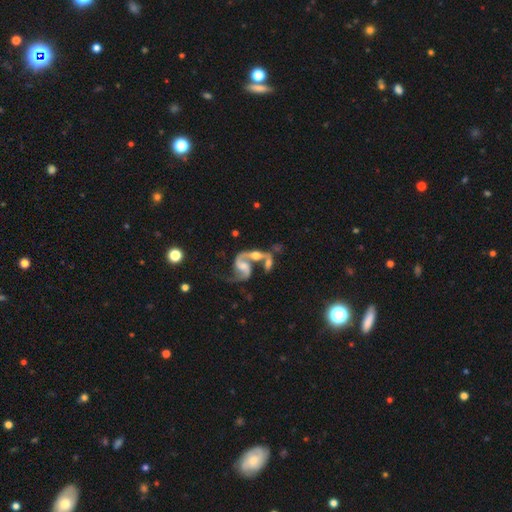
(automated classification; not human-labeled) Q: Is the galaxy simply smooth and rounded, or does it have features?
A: featured or disk — 80%.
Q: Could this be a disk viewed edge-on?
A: no — 94%.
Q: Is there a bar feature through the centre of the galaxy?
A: no — 46%.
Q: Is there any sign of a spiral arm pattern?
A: yes — 90%.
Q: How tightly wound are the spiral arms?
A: loose — 63%.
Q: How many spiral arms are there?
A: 2 — 83%.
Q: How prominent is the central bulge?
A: moderate — 40%.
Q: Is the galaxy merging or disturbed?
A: merger — 61%.